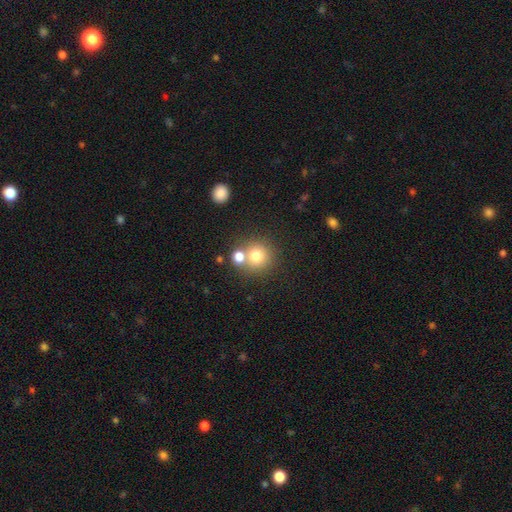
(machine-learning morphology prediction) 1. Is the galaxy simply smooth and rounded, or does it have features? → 76% smooth, 13% star or artifact, 11% featured or disk.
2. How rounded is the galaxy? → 90% round, 9% in between, 1% cigar-shaped.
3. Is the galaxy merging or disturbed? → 58% none, 31% merger, 7% minor disturbance, 3% major disturbance.